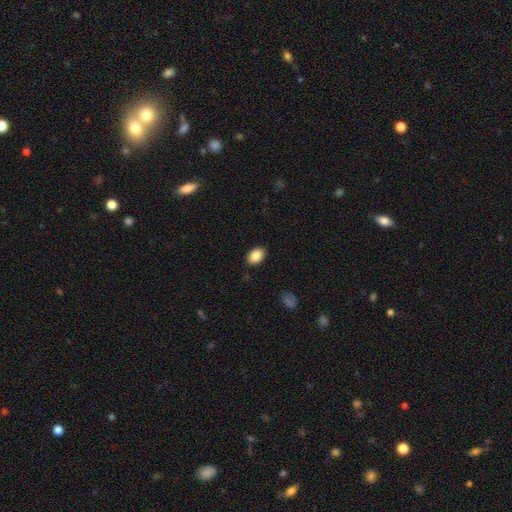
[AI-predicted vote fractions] Morphology: type=smooth (87%); roundness=in between (86%); merging=none (88%).